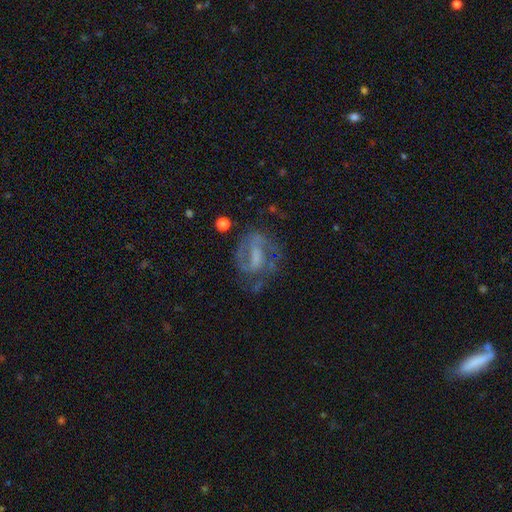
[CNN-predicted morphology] Smooth or featured?
  - featured or disk: 74% *
  - smooth: 17%
  - star or artifact: 9%
Edge-on disk?
  - no: 97% *
  - yes: 3%
Bar?
  - weak: 43% *
  - strong: 30%
  - no: 27%
Spiral arms?
  - yes: 83% *
  - no: 17%
Spiral winding?
  - medium: 49% *
  - tight: 29%
  - loose: 22%
Spiral arm count?
  - 2: 69% *
  - can't tell: 15%
  - 1: 8%
  - 3: 5%
  - 4: 2%
  - more than 4: 2%
Bulge size?
  - none: 43% *
  - moderate: 23%
  - small: 22%
  - large: 10%
  - dominant: 2%
Merging?
  - none: 57% *
  - minor disturbance: 20%
  - major disturbance: 20%
  - merger: 3%